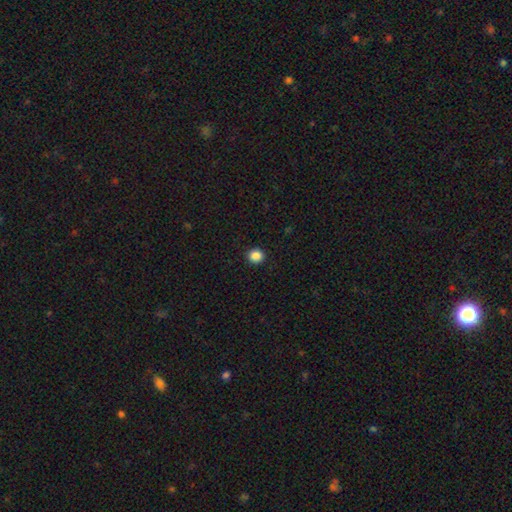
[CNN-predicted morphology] This appears to be a smooth galaxy with no disk features (87%) that is round (90%). Merging: none (93%).